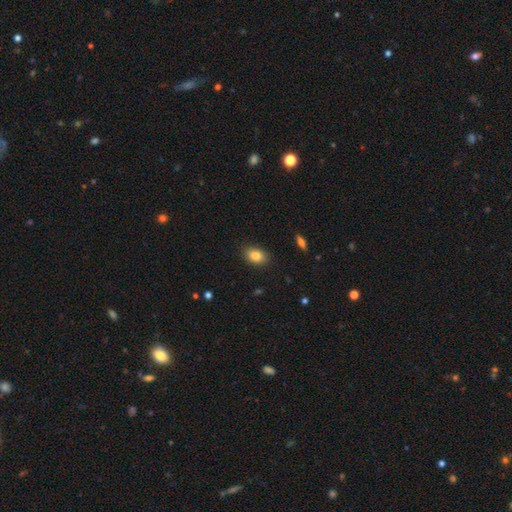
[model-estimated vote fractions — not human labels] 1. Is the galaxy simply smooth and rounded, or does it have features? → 84% smooth, 8% star or artifact, 7% featured or disk.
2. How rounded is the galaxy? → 84% in between, 14% round, 2% cigar-shaped.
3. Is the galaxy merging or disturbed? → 86% none, 10% minor disturbance, 2% major disturbance, 1% merger.